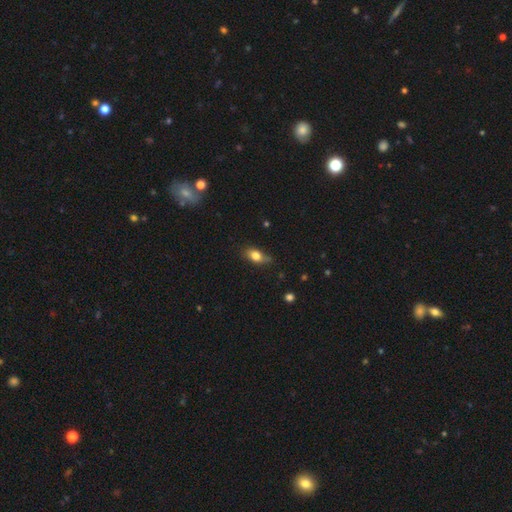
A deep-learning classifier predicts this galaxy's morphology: Smooth or featured? Predicted: smooth (p=0.77). How rounded? Predicted: in between (p=0.81). Merging? Predicted: none (p=0.68).